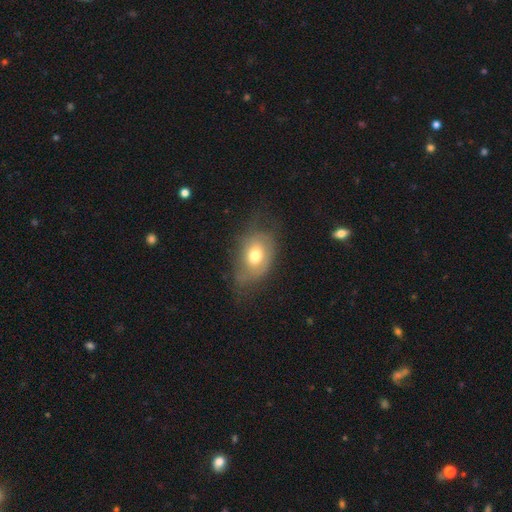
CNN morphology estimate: smooth_or_featured: smooth (p=0.61) [alt: featured or disk p=0.30]
how_rounded: in between (p=0.80) [alt: round p=0.19]
merging: none (p=0.45) [alt: minor disturbance p=0.32]